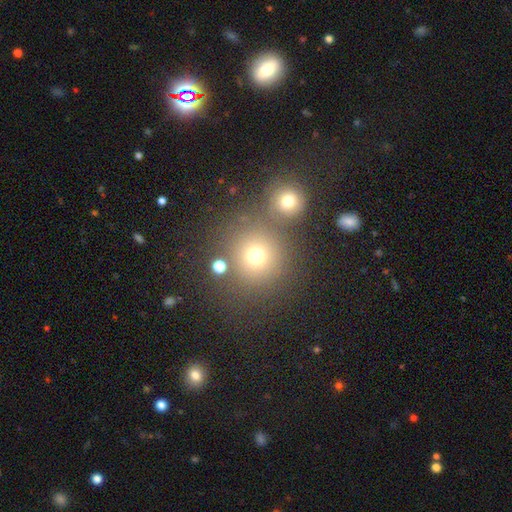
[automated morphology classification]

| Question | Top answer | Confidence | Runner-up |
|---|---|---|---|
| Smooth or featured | smooth | 73% | star or artifact (17%) |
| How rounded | round | 91% | in between (8%) |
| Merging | none | 68% | merger (21%) |